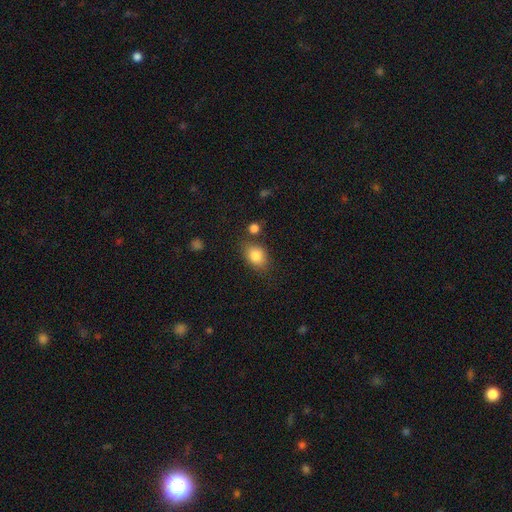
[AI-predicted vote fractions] A smooth galaxy with no disk features (84%) that is in between round and cigar-shaped (71%). Merging: none (72%).